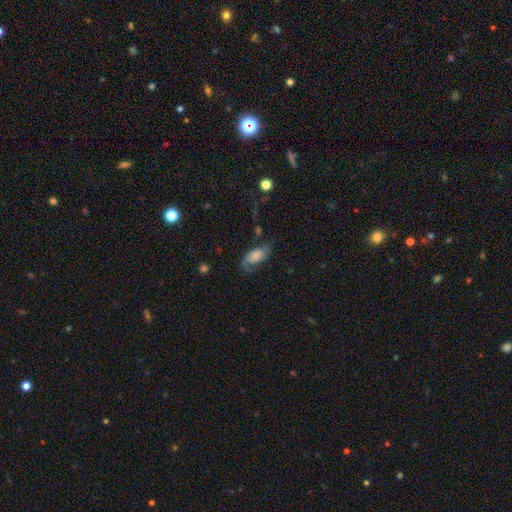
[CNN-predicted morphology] smooth 46% (tied), featured or disk 46% (tied), star or artifact 8%. Down the decision tree: merging — none (46%).